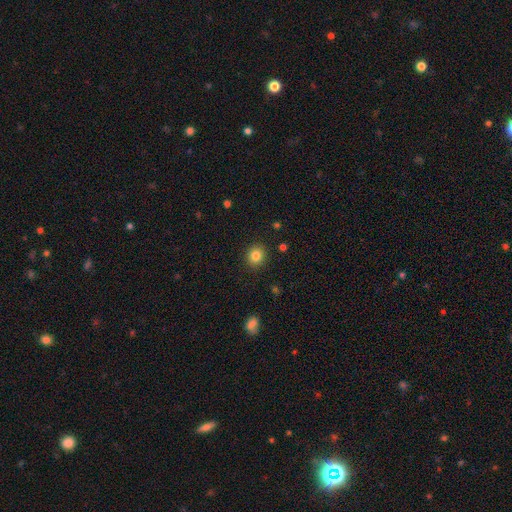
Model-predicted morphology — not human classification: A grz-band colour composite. It shows a smooth galaxy with no disk features (83%) that is round (82%). Merging: none (90%).